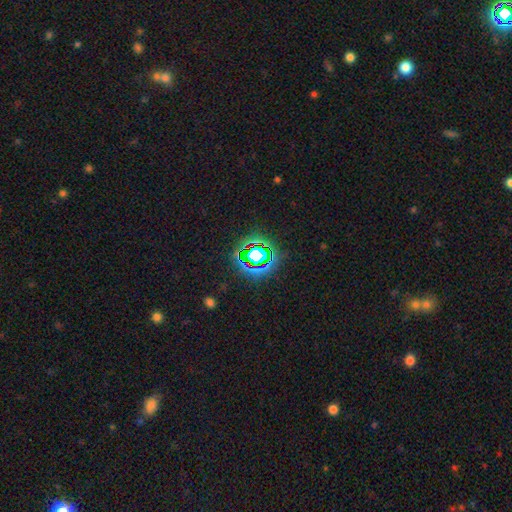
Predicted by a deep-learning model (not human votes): A star or artifact, not a galaxy (71%).

Vote fractions:
- Smooth or featured? star or artifact: 71% / smooth: 17% / featured or disk: 12%